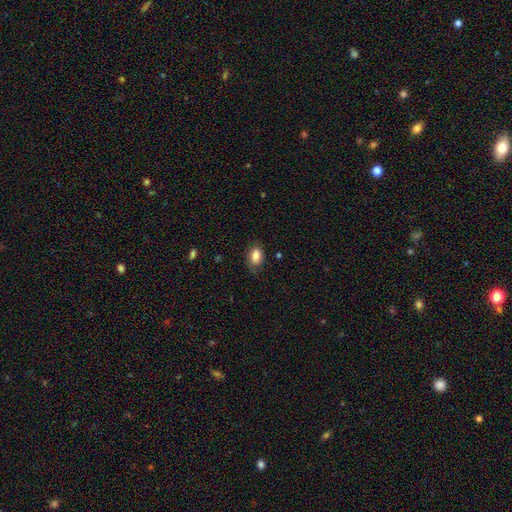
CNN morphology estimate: This appears to be a smooth galaxy with no disk features (80%) that is in between round and cigar-shaped (88%). Merging: none (69%).